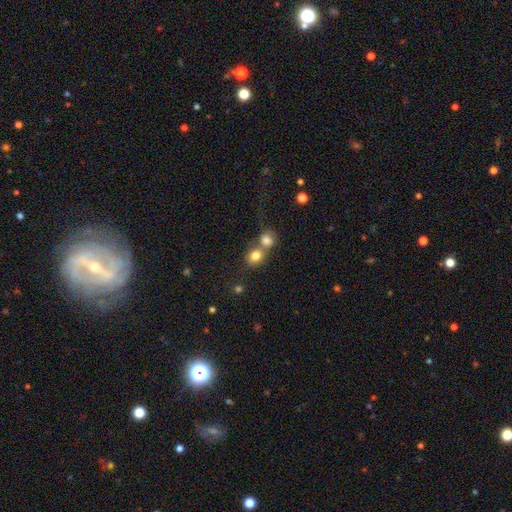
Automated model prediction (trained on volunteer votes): This is clearly a smooth galaxy (80%). How rounded: likely round (73%). Merging: possibly merger (50%).